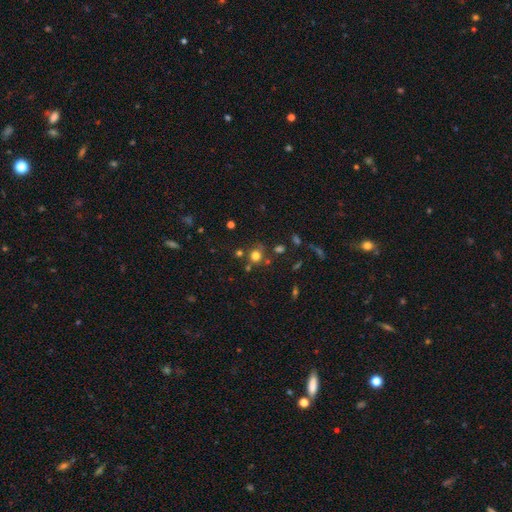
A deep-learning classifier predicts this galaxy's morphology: Smooth or featured? smooth (72%)
How rounded? round (86%)
Merging? none (68%)